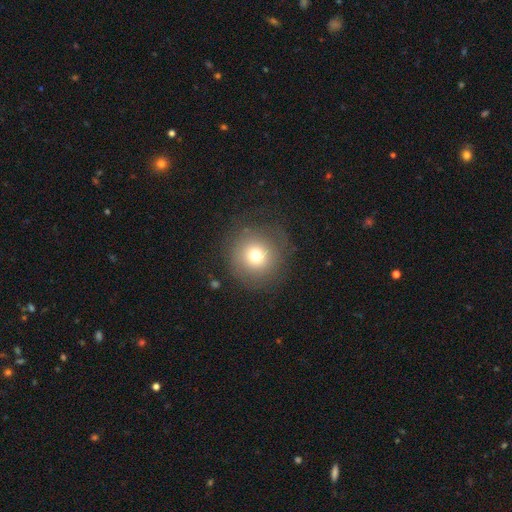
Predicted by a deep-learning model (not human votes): A smooth galaxy with no disk features (71%) that is round (94%). Merging: none (78%).